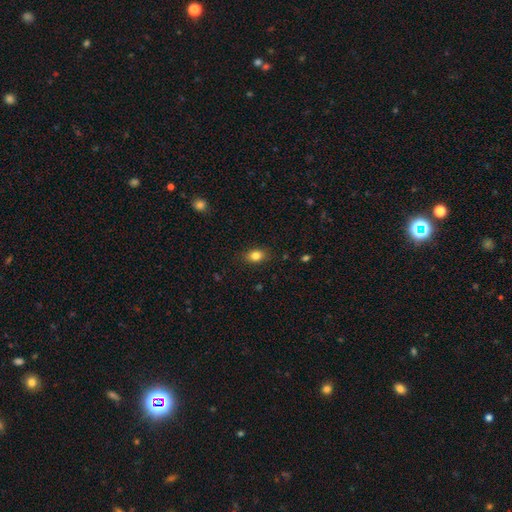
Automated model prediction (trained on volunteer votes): smooth-or-featured: smooth: 82% | star or artifact: 10% | featured or disk: 8%
  how-rounded: in between: 72% | round: 26% | cigar-shaped: 2%
  merging: none: 86% | minor disturbance: 10% | major disturbance: 2% | merger: 1%